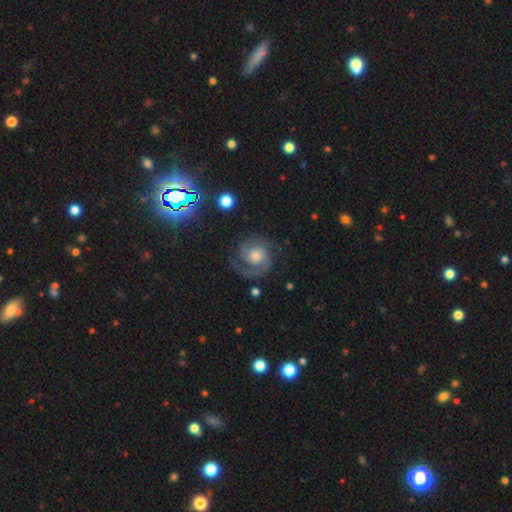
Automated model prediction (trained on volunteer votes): This appears to be a featured or disk galaxy (85%) with no bar (69%), 2 (75%) tight (48%) spiral arms (97%) and a moderate central bulge (56%). Merging: none (74%).